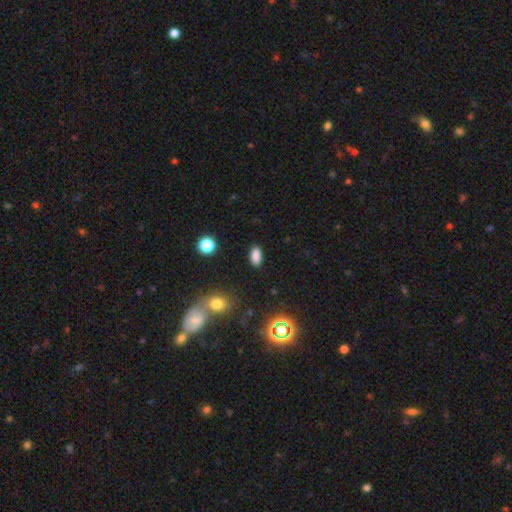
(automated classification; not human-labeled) Smooth or featured: smooth — 83% (star or artifact — 12%)
How rounded: in between — 90% (round — 6%)
Merging: none — 86% (minor disturbance — 9%)